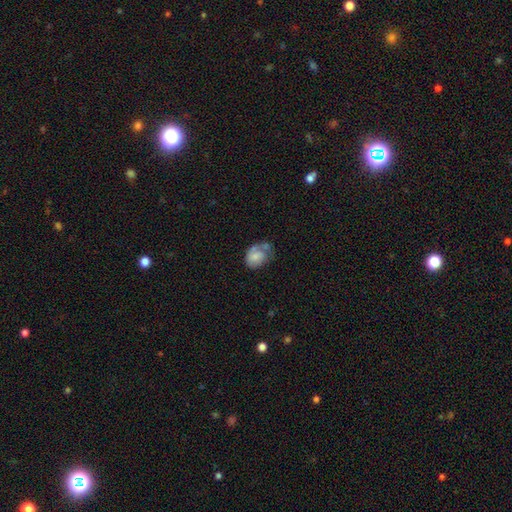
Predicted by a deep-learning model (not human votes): The model was most divided on "smooth or featured": smooth: 47%, featured or disk: 45%, star or artifact: 8%. Remaining: merging — none (36%).